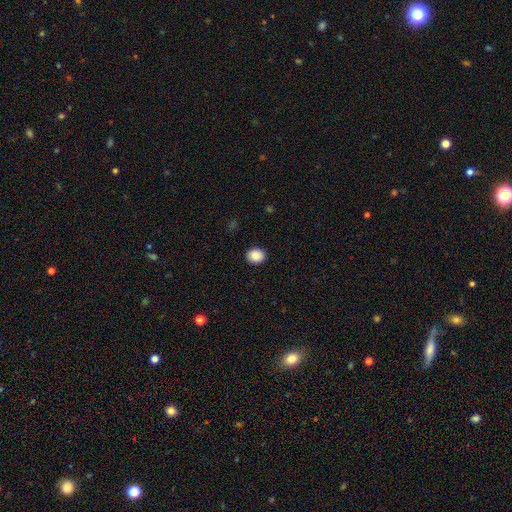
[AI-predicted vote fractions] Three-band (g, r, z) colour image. It shows a smooth galaxy with no disk features (89%) that is round (63%). Merging: none (91%).